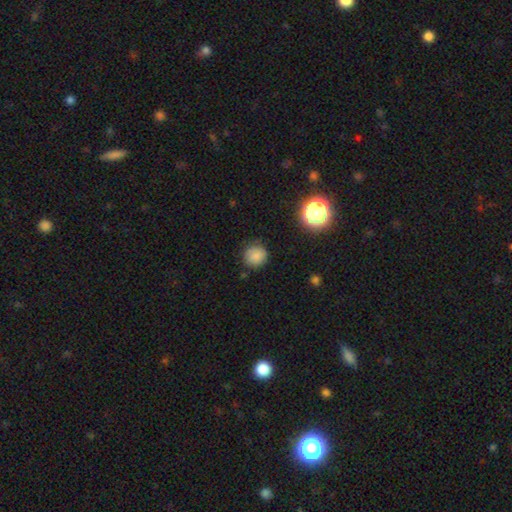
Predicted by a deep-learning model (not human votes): smooth 80%, star or artifact 13%, featured or disk 7%. Down the decision tree: how rounded — round (90%); merging — none (82%).